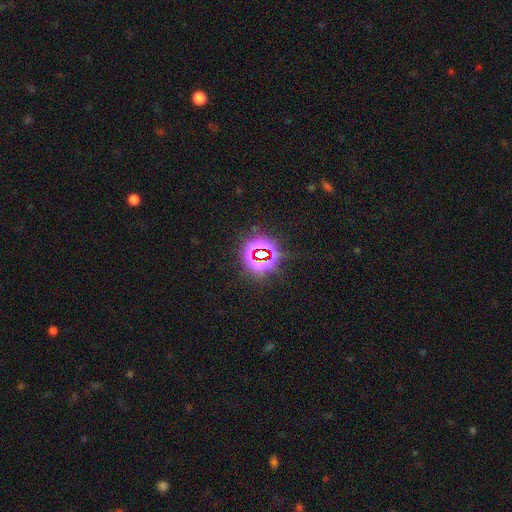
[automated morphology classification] Overall: star or artifact (77%).